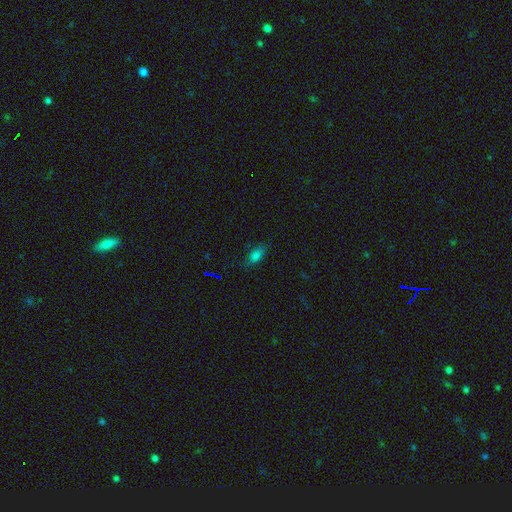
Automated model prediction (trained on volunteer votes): A smooth galaxy with no disk features (73%) that is in between round and cigar-shaped (83%). Merging: none (79%).